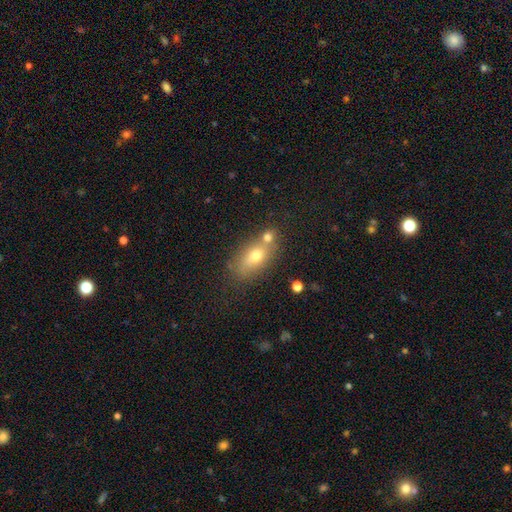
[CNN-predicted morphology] type=smooth (67%); roundness=in between (77%); merging=none (54%).